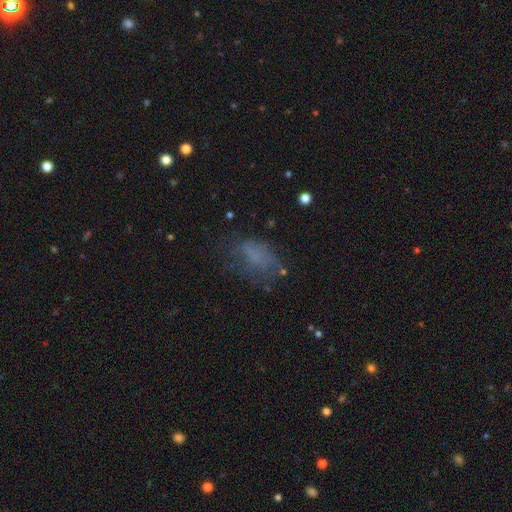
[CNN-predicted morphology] smooth-or-featured: smooth: 58% | featured or disk: 24% | star or artifact: 19%
  how-rounded: in between: 84% | round: 12% | cigar-shaped: 4%
  merging: none: 46% | major disturbance: 27% | minor disturbance: 24% | merger: 3%